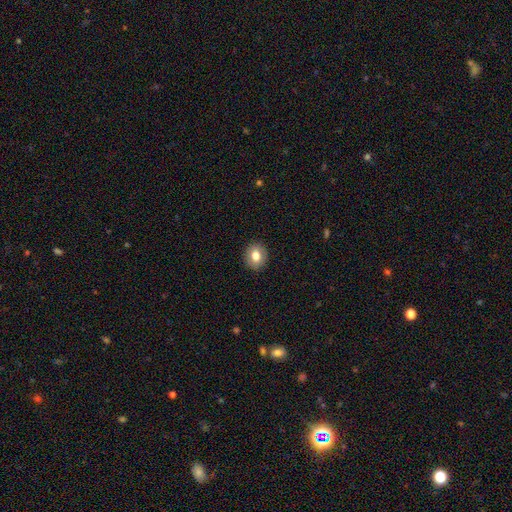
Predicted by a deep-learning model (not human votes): Overall: smooth (79%). How rounded: round (72%). Merging: none (91%).